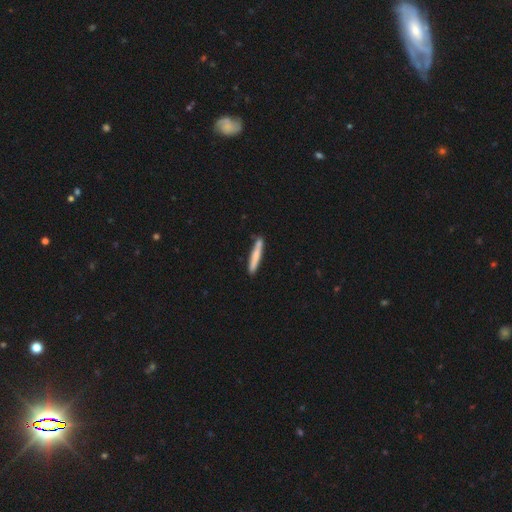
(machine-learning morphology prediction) Smooth or featured? Predicted: smooth (p=0.72). How rounded? Predicted: cigar-shaped (p=0.95). Merging? Predicted: none (p=0.82).